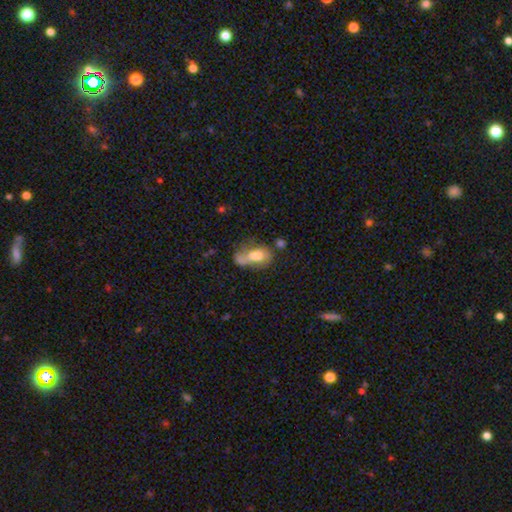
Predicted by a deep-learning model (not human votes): This is likely a smooth galaxy (62%). How rounded: clearly in between (84%). Merging: marginally merger (29%).